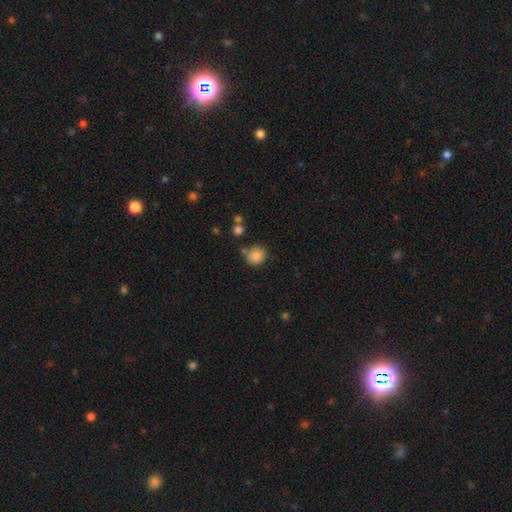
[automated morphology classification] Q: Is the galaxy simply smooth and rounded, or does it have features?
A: smooth — 86%.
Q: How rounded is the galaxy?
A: round — 84%.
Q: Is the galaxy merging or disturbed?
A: none — 72%.